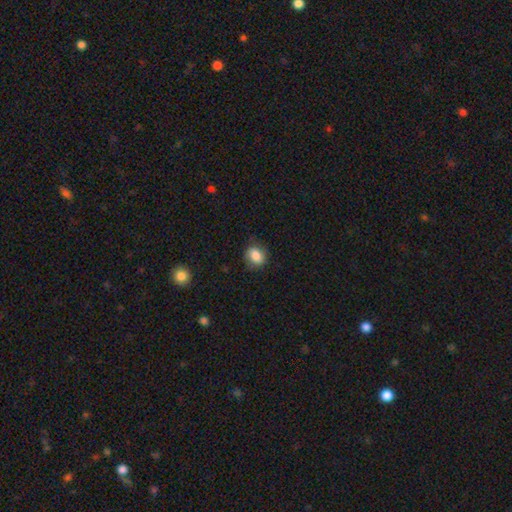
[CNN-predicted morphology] This appears to be a smooth galaxy with no disk features (84%) that is in between round and cigar-shaped (54%). Merging: none (75%).